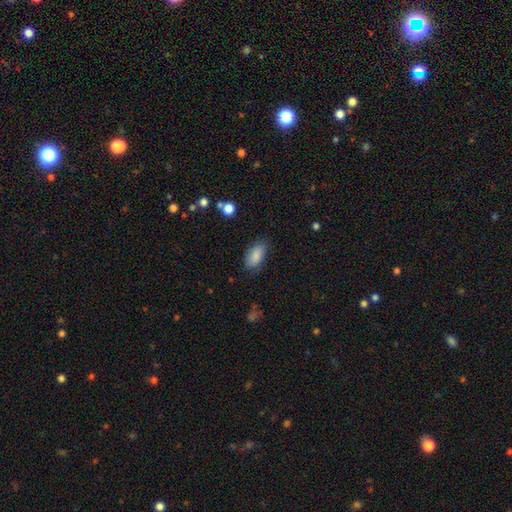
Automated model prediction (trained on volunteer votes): smooth 86%, featured or disk 7%, star or artifact 7%. Down the decision tree: how rounded — in between (92%); merging — none (77%).